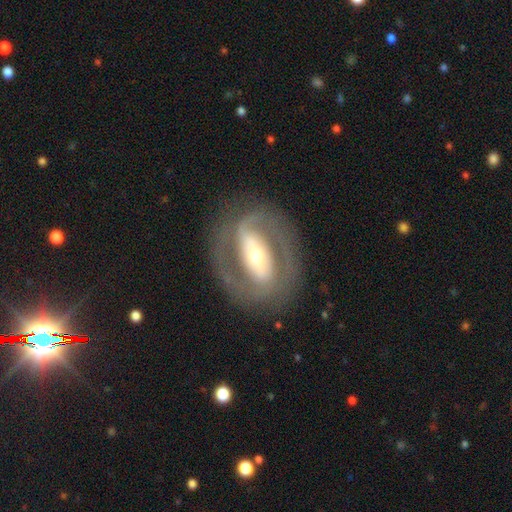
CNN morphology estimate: featured or disk 83%, smooth 11%, star or artifact 5%. Down the decision tree: edge-on disk — no (93%); bar — strong (65%); spiral arms — yes (79%); spiral arm count — 2 (84%); spiral winding — medium (44%); bulge size — moderate (48%); merging — none (78%).